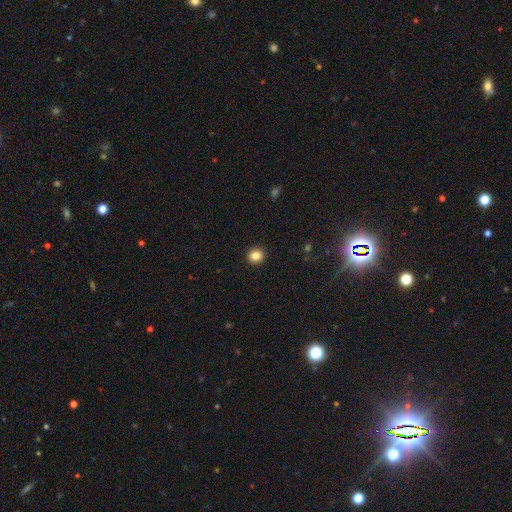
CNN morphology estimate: Overall: smooth (85%). How rounded: round (89%). Merging: none (93%).